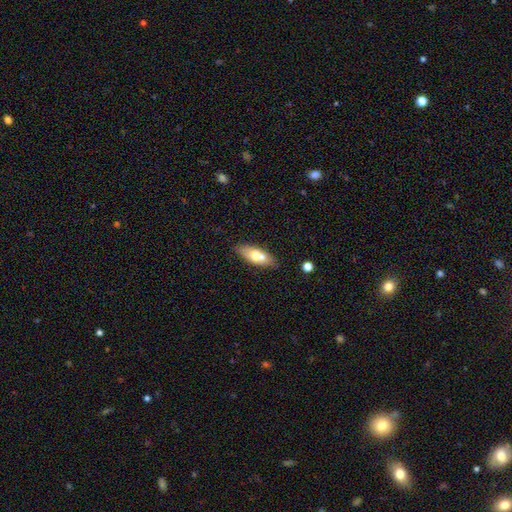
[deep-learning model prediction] smooth-or-featured: smooth: 63% | featured or disk: 30% | star or artifact: 7%
  how-rounded: in between: 73% | cigar-shaped: 24% | round: 3%
  merging: none: 67% | merger: 17% | minor disturbance: 13% | major disturbance: 3%